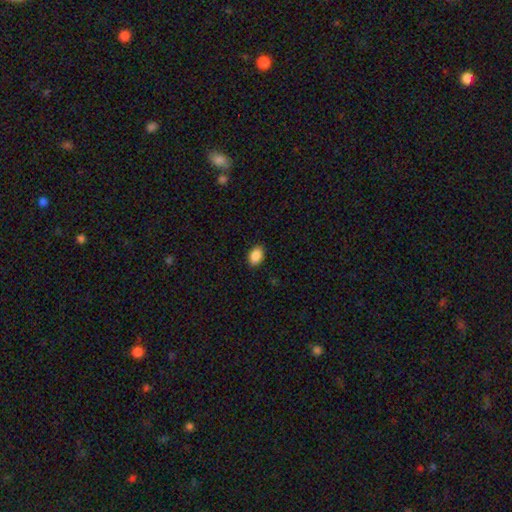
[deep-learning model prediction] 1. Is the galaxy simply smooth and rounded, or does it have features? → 87% smooth, 8% star or artifact, 5% featured or disk.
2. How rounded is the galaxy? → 83% in between, 16% round, 1% cigar-shaped.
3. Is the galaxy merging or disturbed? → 87% none, 10% minor disturbance, 2% major disturbance, 1% merger.